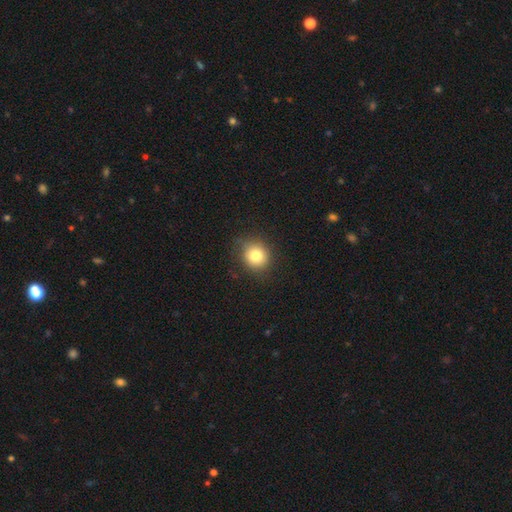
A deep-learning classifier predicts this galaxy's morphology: Smooth or featured? smooth (79%)
How rounded? round (87%)
Merging? none (83%)